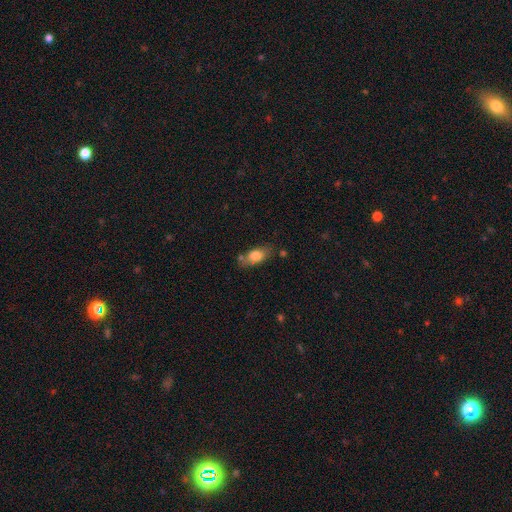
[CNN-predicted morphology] This is likely a smooth galaxy (77%). How rounded: clearly in between (84%). Merging: likely none (66%).